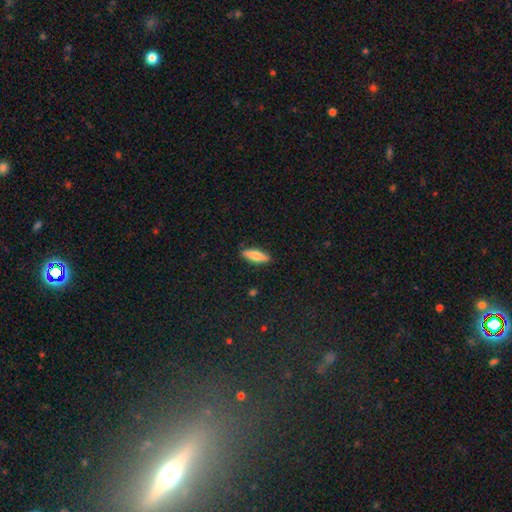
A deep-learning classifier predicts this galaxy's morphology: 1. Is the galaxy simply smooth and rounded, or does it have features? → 74% smooth, 20% featured or disk, 6% star or artifact.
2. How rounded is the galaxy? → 54% cigar-shaped, 44% in between, 2% round.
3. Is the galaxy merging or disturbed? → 88% none, 9% minor disturbance, 2% major disturbance, 1% merger.